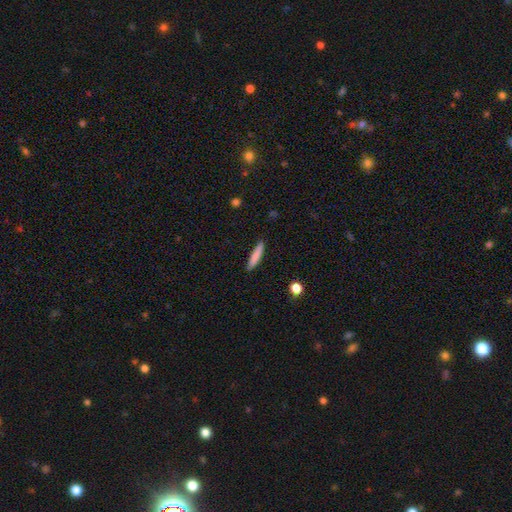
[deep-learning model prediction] Morphology: type=smooth (82%); roundness=cigar-shaped (89%); merging=none (87%).